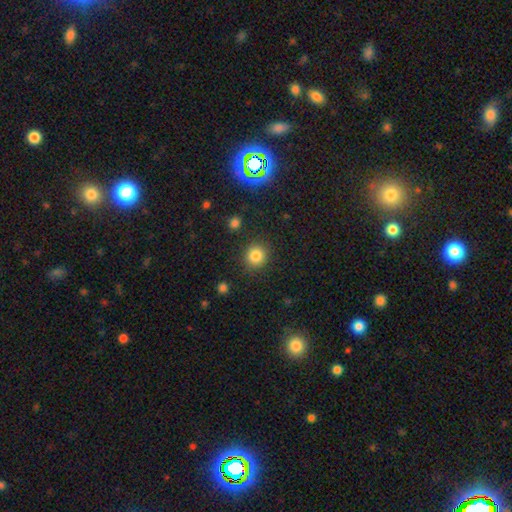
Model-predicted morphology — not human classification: Smooth or featured? smooth (83%)
How rounded? round (90%)
Merging? none (88%)